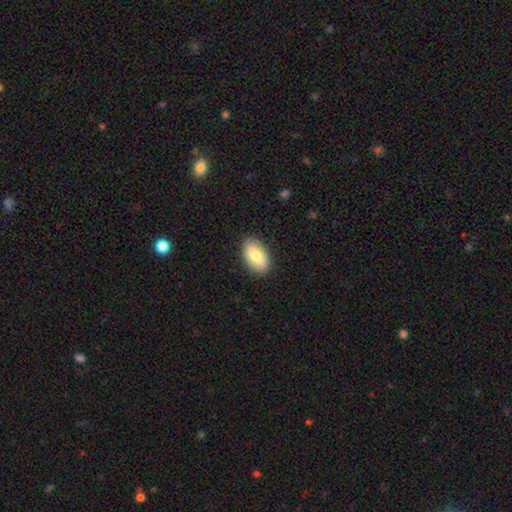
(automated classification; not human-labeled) Q: Smooth or featured?
A: smooth (77%); runner-up: featured or disk (17%)
Q: How rounded?
A: in between (93%); runner-up: round (4%)
Q: Merging?
A: none (87%); runner-up: minor disturbance (9%)